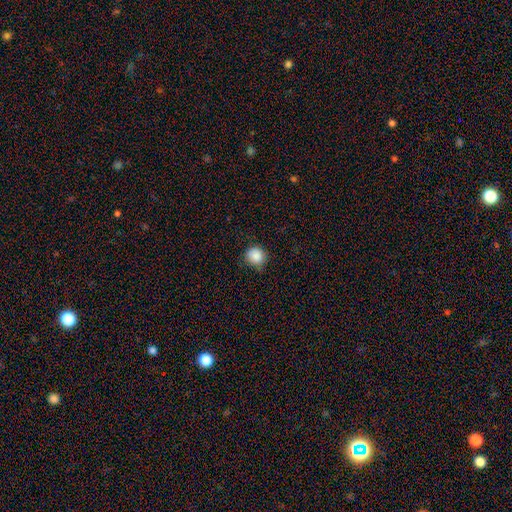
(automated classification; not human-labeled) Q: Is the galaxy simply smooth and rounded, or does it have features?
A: smooth — 87%.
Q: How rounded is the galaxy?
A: round — 91%.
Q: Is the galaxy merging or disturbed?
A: none — 78%.